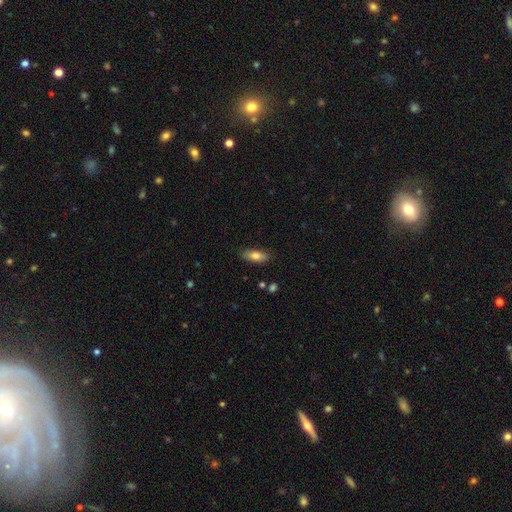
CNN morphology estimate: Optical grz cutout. It shows a smooth galaxy with no disk features (77%) that is in between round and cigar-shaped (72%). Merging: none (86%).